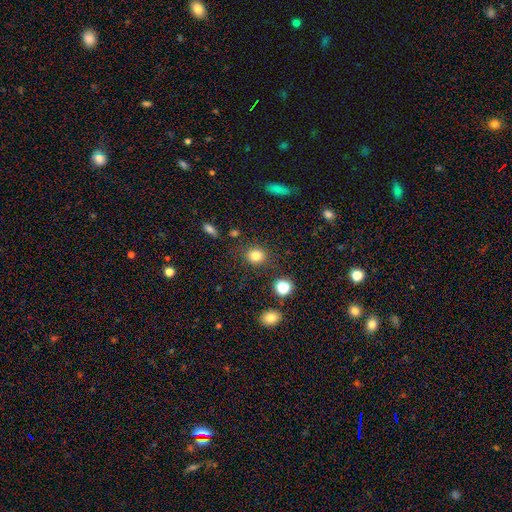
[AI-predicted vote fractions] Smooth or featured? smooth (82%)
How rounded? round (75%)
Merging? none (83%)